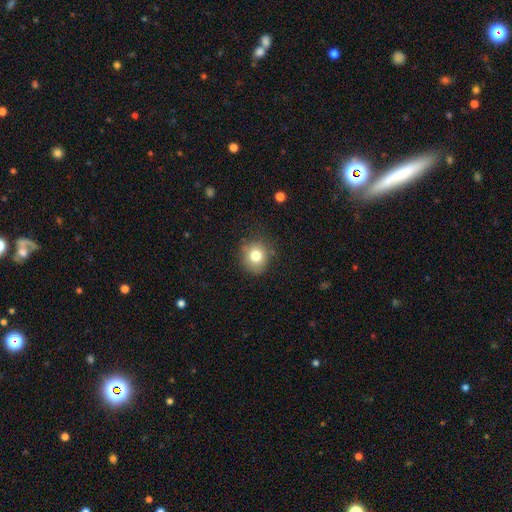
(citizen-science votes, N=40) Q: Smooth or featured?
A: smooth (82%); runner-up: star or artifact (10%)
Q: How rounded?
A: round (79%); runner-up: in between (21%)
Q: Merging?
A: none (72%); runner-up: minor disturbance (17%)